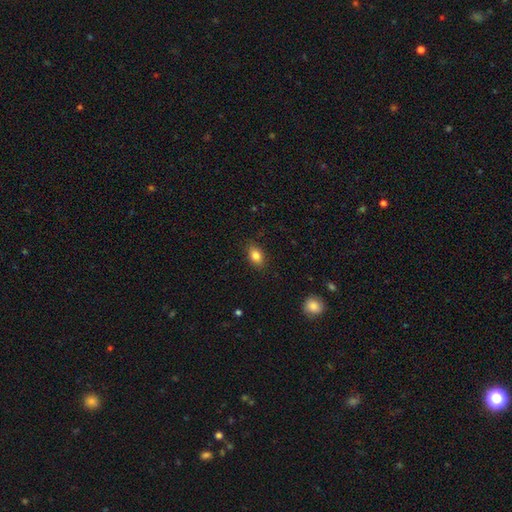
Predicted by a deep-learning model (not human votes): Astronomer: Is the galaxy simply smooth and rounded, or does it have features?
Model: smooth — 83%.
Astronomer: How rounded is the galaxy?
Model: in between — 83%.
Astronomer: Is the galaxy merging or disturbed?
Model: none — 86%.